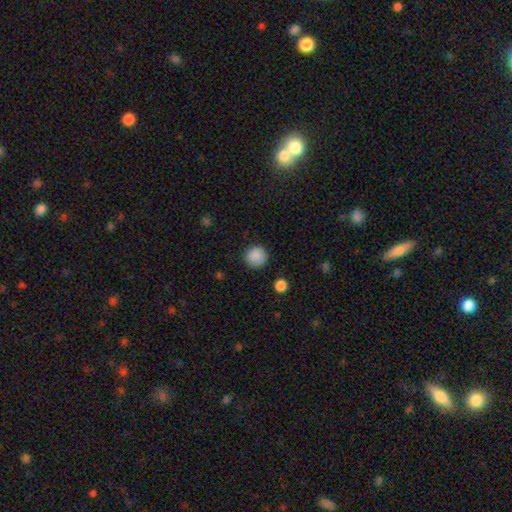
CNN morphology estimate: Smooth or featured? Predicted: smooth (p=0.88). How rounded? Predicted: round (p=0.94). Merging? Predicted: none (p=0.90).